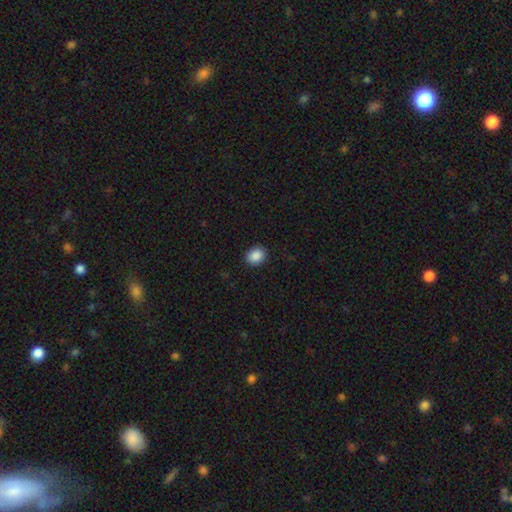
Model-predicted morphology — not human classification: A smooth galaxy with no disk features (89%) that is round (53%). Merging: none (91%).